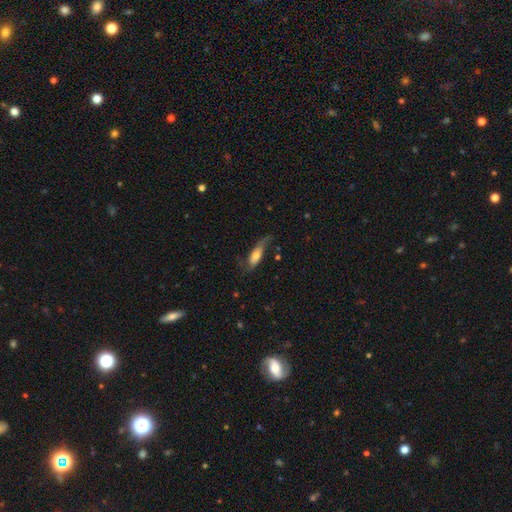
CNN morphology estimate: smooth_or_featured: featured or disk (p=0.47) [alt: smooth p=0.46]
merging: none (p=0.49) [alt: minor disturbance p=0.27]